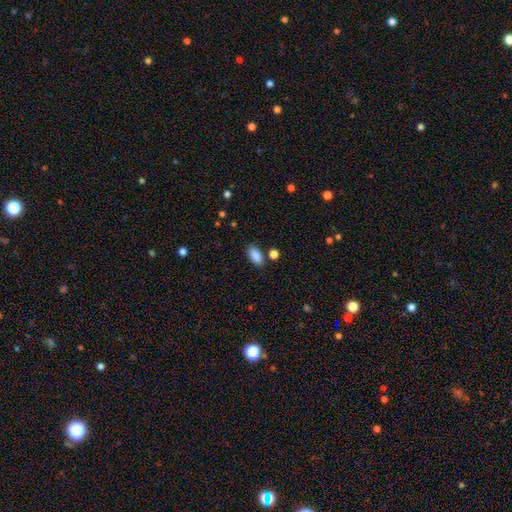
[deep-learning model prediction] The model was most divided on "merging": none: 80%, minor disturbance: 12%, merger: 5%, major disturbance: 3%. More confident: how rounded — in between (92%); smooth or featured — smooth (88%).